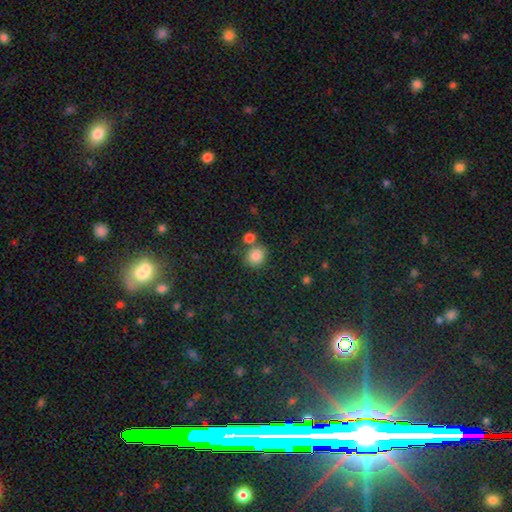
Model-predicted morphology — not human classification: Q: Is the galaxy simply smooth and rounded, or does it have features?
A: smooth — 84%.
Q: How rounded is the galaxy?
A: round — 72%.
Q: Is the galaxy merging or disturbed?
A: none — 67%.